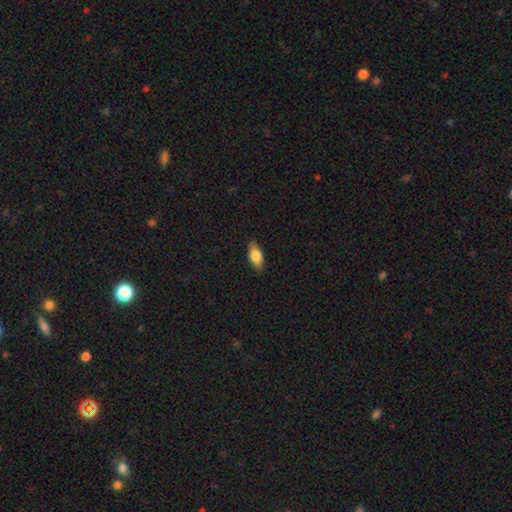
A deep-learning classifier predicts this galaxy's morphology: Smooth or featured? Predicted: smooth (p=0.79). How rounded? Predicted: in between (p=0.86). Merging? Predicted: none (p=0.86).